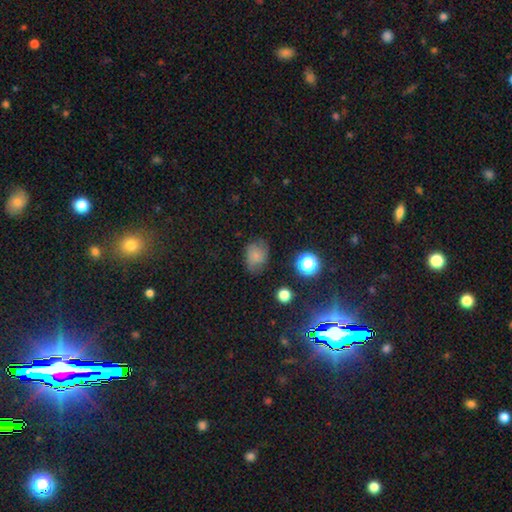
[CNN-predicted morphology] Smooth or featured: smooth — 70% (featured or disk — 15%)
How rounded: in between — 58% (round — 41%)
Merging: none — 63% (minor disturbance — 26%)